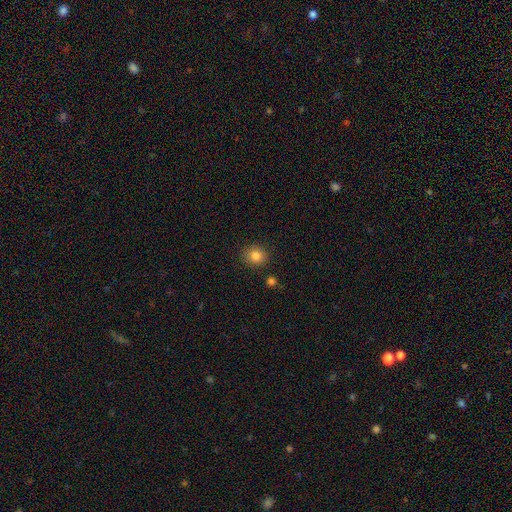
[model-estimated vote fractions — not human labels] smooth_or_featured: smooth (p=0.83) [alt: star or artifact p=0.11]
how_rounded: round (p=0.76) [alt: in between p=0.23]
merging: none (p=0.87) [alt: minor disturbance p=0.08]